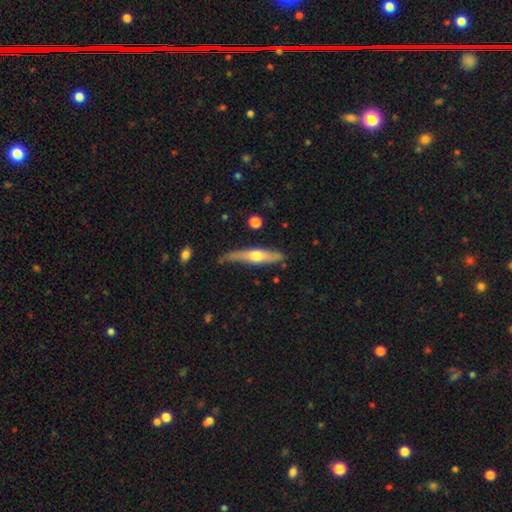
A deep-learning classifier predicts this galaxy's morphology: smooth-or-featured: featured or disk: 54% | smooth: 40% | star or artifact: 5%
  disk-edge-on: yes: 92% | no: 8%
    edge-on-bulge: rounded: 91% | none: 5% | boxy: 4%
  merging: none: 75% | minor disturbance: 19% | major disturbance: 3% | merger: 3%